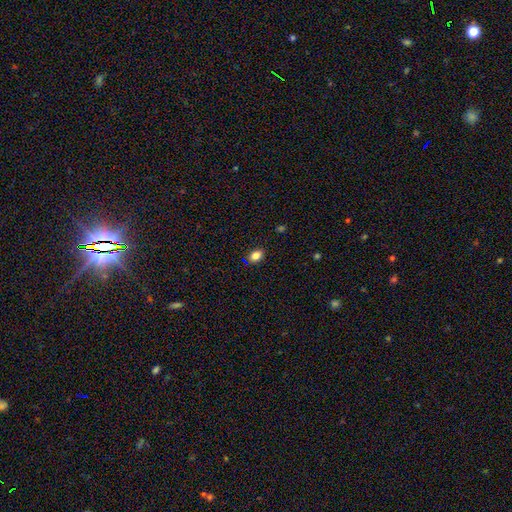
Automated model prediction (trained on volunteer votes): Overall: smooth (83%). How rounded: in between (65%; round 34%). Merging: none (88%).